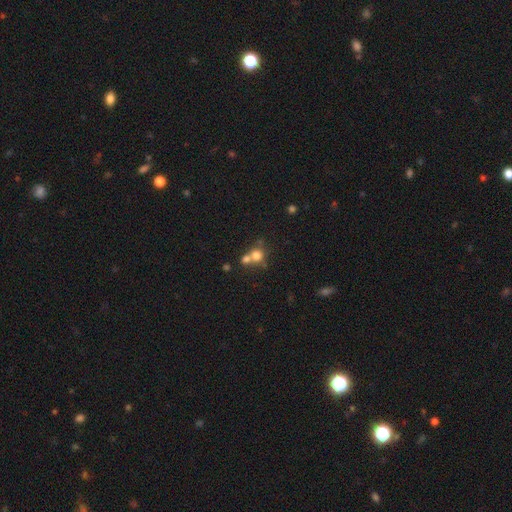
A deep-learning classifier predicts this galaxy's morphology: Smooth or featured?
  - smooth: 73% *
  - featured or disk: 14%
  - star or artifact: 14%
How rounded?
  - round: 83% *
  - in between: 15%
  - cigar-shaped: 1%
Merging?
  - merger: 51% *
  - none: 38%
  - minor disturbance: 7%
  - major disturbance: 4%